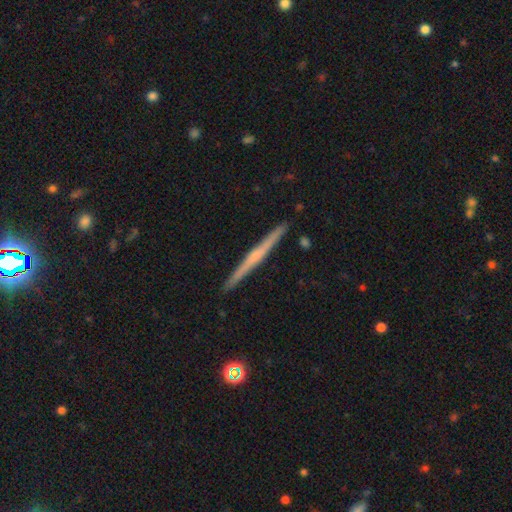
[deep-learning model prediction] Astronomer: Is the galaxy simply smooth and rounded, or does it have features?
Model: featured or disk — 66%.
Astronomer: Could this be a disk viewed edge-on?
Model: yes — 98%.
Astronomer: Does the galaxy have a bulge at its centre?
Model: none — 50% (runner-up: rounded, 42%).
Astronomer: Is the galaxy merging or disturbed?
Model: none — 92%.